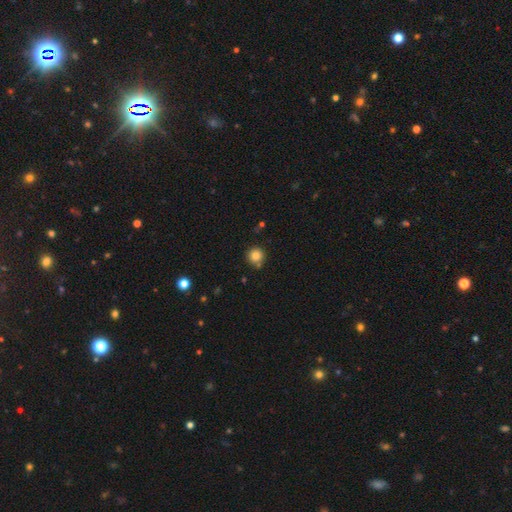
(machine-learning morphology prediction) A smooth galaxy with no disk features (82%) that is round (94%).

Vote fractions:
- Smooth or featured? smooth: 82% / star or artifact: 11% / featured or disk: 6%
- How rounded? round: 94% / in between: 5% / cigar-shaped: 1%
- Merging? none: 80% / minor disturbance: 11% / merger: 7% / major disturbance: 2%